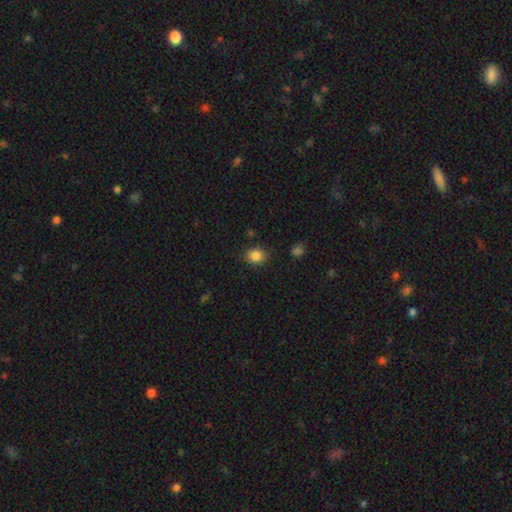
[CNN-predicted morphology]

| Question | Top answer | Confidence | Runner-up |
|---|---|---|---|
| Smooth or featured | smooth | 86% | star or artifact (10%) |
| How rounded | round | 61% | in between (39%) |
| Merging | none | 85% | minor disturbance (10%) |